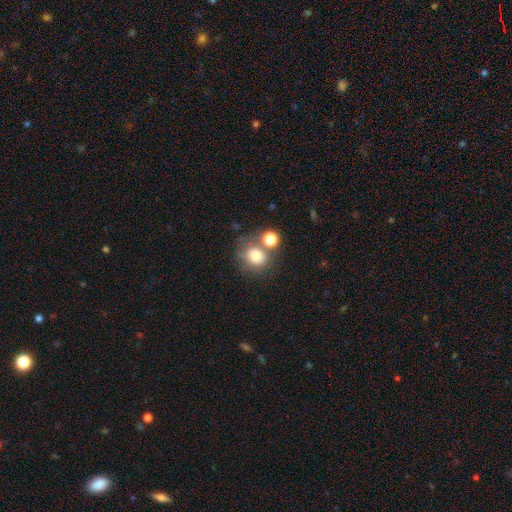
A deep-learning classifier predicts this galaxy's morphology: A smooth galaxy with no disk features (76%) that is round (75%). Merging: none (49%).